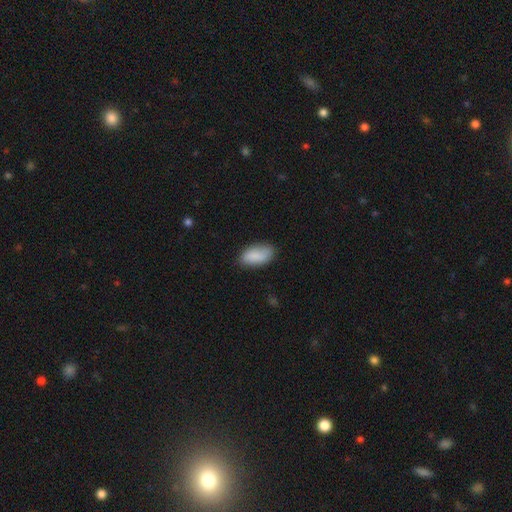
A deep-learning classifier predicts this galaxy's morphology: Smooth or featured?
  - smooth: 85% *
  - featured or disk: 9%
  - star or artifact: 6%
How rounded?
  - in between: 94% *
  - cigar-shaped: 4%
  - round: 3%
Merging?
  - none: 77% *
  - minor disturbance: 18%
  - major disturbance: 4%
  - merger: 1%